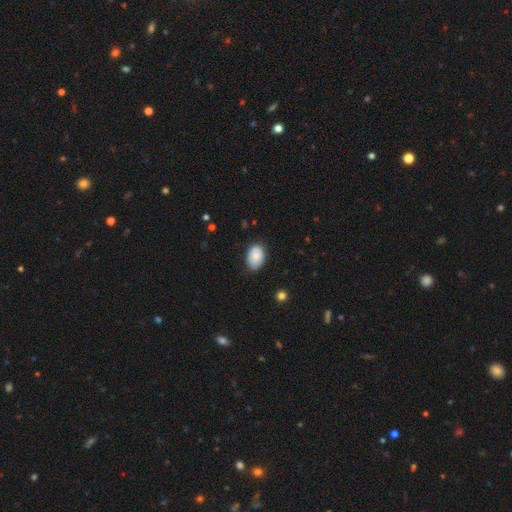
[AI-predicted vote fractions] Smooth or featured: smooth — 82% (featured or disk — 11%)
How rounded: in between — 85% (round — 14%)
Merging: none — 71% (minor disturbance — 24%)